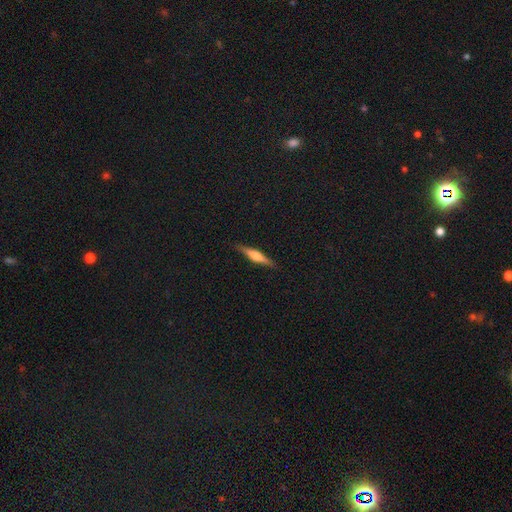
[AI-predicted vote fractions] Smooth or featured? Predicted: featured or disk (p=0.63). Edge-on disk? Predicted: yes (p=0.97). Edge-on bulge? Predicted: rounded (p=0.83). Merging? Predicted: none (p=0.90).